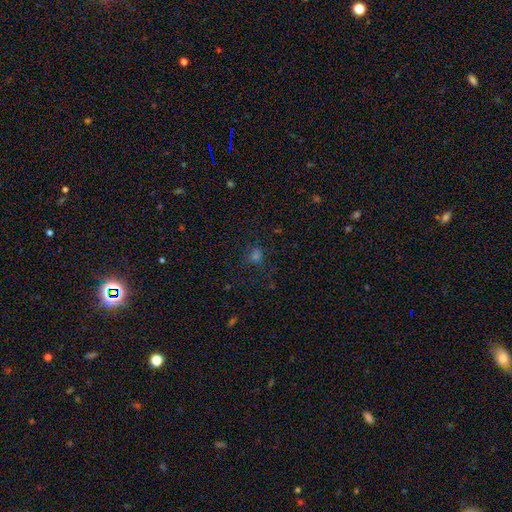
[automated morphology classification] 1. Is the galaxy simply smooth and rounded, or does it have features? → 55% smooth, 37% star or artifact, 8% featured or disk.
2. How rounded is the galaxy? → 72% round, 27% in between, 2% cigar-shaped.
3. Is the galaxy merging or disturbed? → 75% none, 14% minor disturbance, 9% major disturbance, 2% merger.